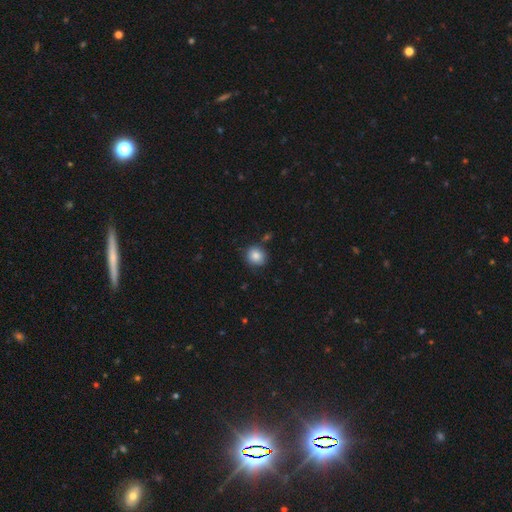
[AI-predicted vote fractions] This appears to be a smooth galaxy with no disk features (85%) that is round (86%). Merging: none (83%).